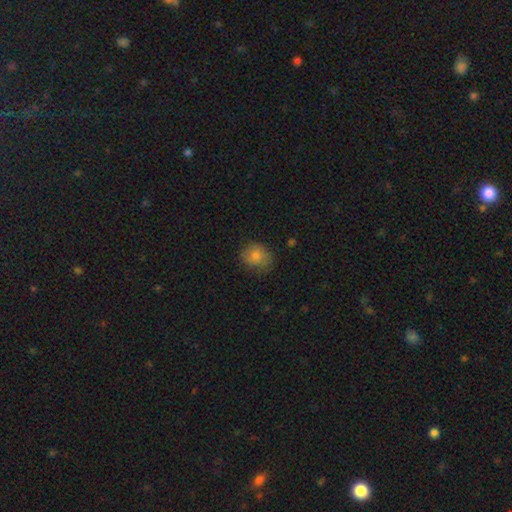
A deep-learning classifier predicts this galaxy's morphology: Smooth or featured: smooth — 79% (star or artifact — 10%)
How rounded: round — 71% (in between — 28%)
Merging: none — 73% (minor disturbance — 21%)